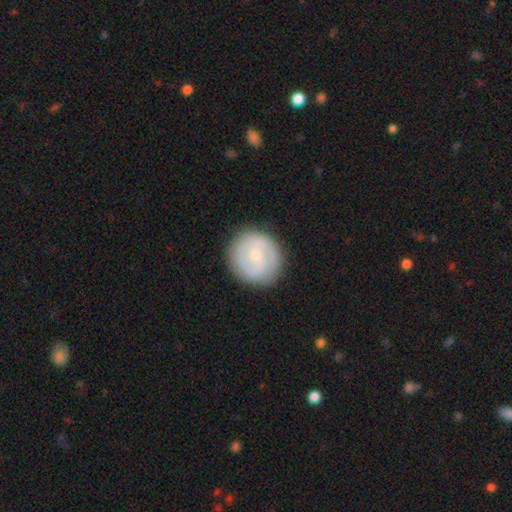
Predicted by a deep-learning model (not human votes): Morphology: type=featured or disk (71%); edge-on=no (98%); bar=no (55%); spiral arms=yes (91%); winding=tight (50%); arm count=2 (70%); bulge=small (66%); merging=none (86%).